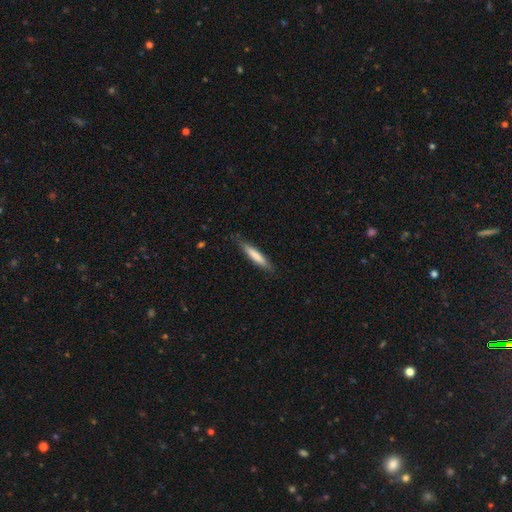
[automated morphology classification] The model was most divided on "smooth or featured": smooth: 75%, featured or disk: 20%, star or artifact: 5%. More confident: how rounded — cigar-shaped (90%); merging — none (82%).